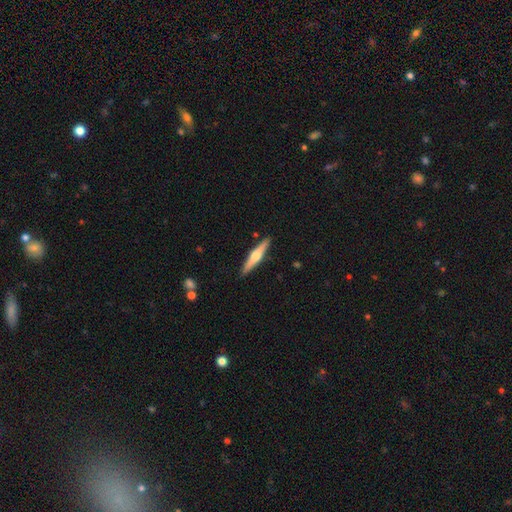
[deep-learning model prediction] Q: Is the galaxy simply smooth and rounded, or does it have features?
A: featured or disk — 62%.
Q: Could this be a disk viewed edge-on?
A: yes — 97%.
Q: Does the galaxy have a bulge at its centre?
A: rounded — 93%.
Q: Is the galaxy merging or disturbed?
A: none — 91%.